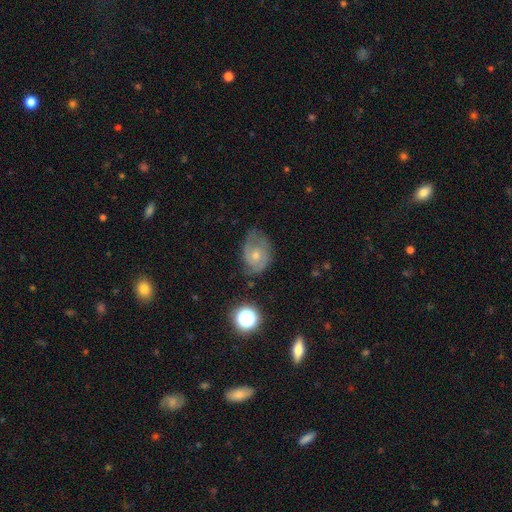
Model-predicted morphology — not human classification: A featured or disk galaxy (51%). Merging: none (46%).